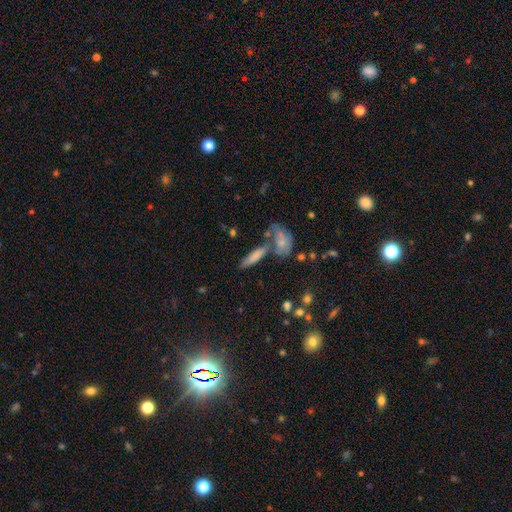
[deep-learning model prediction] A smooth galaxy with no disk features (73%) that is cigar-shaped (66%).

Vote fractions:
- Smooth or featured? smooth: 73% / featured or disk: 19% / star or artifact: 8%
- How rounded? cigar-shaped: 66% / in between: 31% / round: 3%
- Merging? none: 53% / merger: 29% / minor disturbance: 13% / major disturbance: 5%